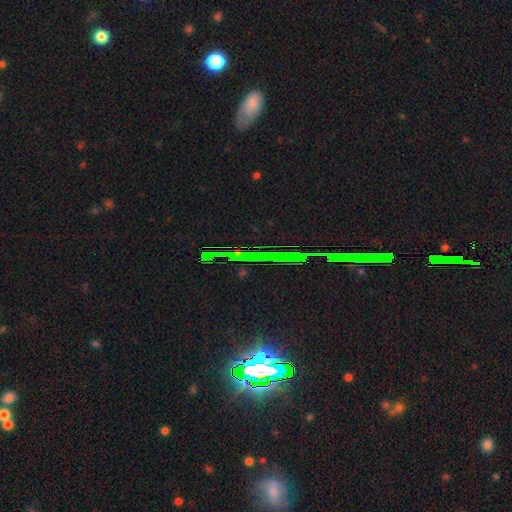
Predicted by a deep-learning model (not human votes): star or artifact 79%, featured or disk 11%, smooth 10%.